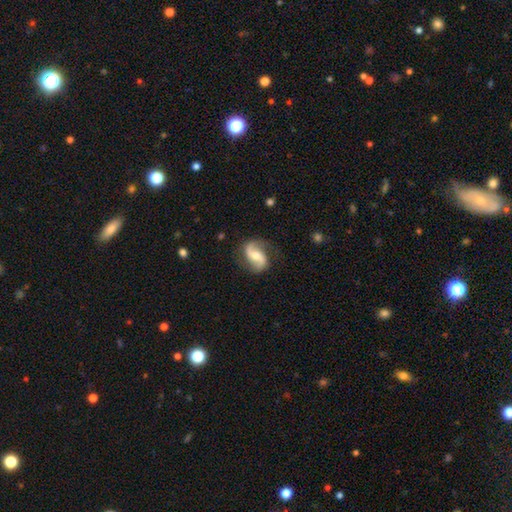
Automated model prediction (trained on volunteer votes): A featured or disk galaxy (82%) with no bar (42%), 2 (92%) loose (57%) spiral arms (96%) and a moderate central bulge (59%). Merging: none (78%).